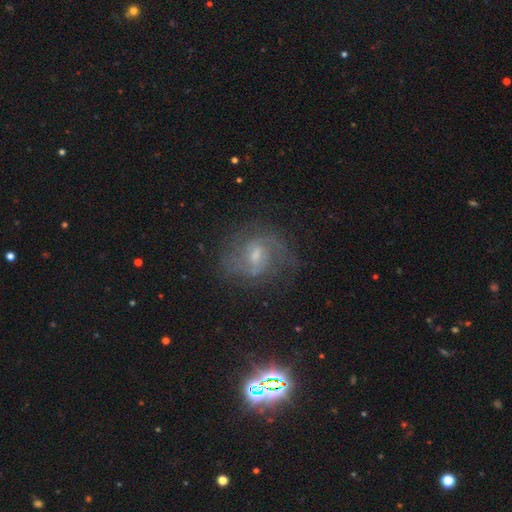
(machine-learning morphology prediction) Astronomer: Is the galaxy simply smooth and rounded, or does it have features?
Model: featured or disk — 80%.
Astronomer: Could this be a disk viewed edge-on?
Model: no — 97%.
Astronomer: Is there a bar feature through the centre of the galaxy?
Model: weak — 63%.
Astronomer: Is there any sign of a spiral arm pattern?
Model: yes — 92%.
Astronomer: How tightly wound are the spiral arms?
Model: medium — 49% (runner-up: tight, 32%).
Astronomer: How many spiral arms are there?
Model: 2 — 60%.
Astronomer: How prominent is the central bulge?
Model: small — 49% (runner-up: moderate, 40%).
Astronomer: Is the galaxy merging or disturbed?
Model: none — 67%.